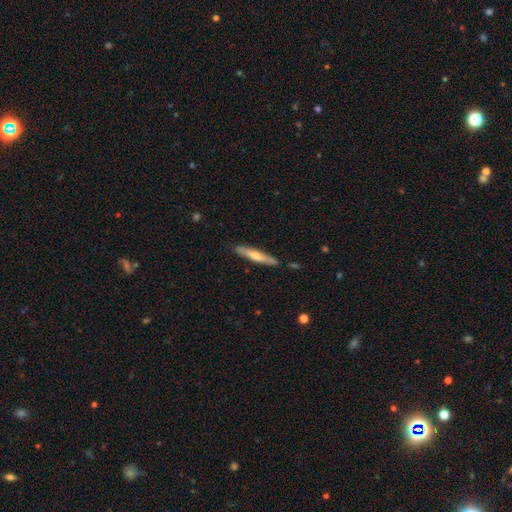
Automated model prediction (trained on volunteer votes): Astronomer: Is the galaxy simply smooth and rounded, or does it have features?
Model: smooth — 51% (runner-up: featured or disk, 44%).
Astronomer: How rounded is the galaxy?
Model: cigar-shaped — 91%.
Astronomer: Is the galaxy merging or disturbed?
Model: none — 86%.